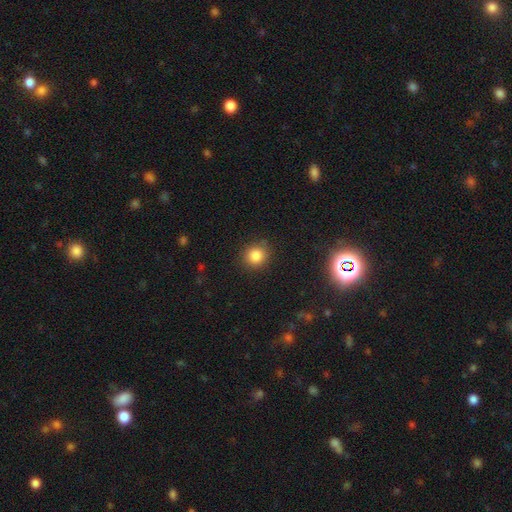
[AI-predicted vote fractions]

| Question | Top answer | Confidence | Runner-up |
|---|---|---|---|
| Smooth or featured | smooth | 84% | star or artifact (11%) |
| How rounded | round | 88% | in between (11%) |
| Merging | none | 87% | minor disturbance (9%) |